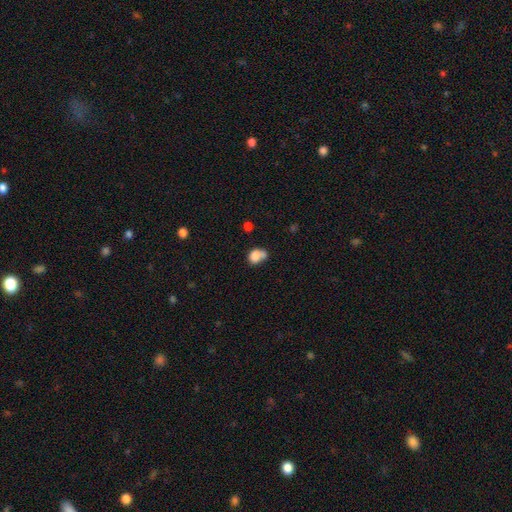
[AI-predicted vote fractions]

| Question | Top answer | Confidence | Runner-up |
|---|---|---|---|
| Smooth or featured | smooth | 78% | featured or disk (12%) |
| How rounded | in between | 51% | round (48%) |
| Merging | merger | 47% | none (30%) |